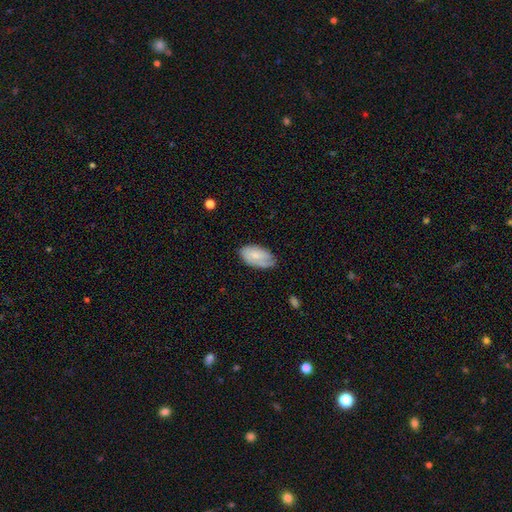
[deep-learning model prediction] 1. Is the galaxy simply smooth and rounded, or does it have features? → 67% smooth, 26% featured or disk, 7% star or artifact.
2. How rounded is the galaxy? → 94% in between, 4% round, 2% cigar-shaped.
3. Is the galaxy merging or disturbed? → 64% none, 28% minor disturbance, 7% major disturbance, 1% merger.